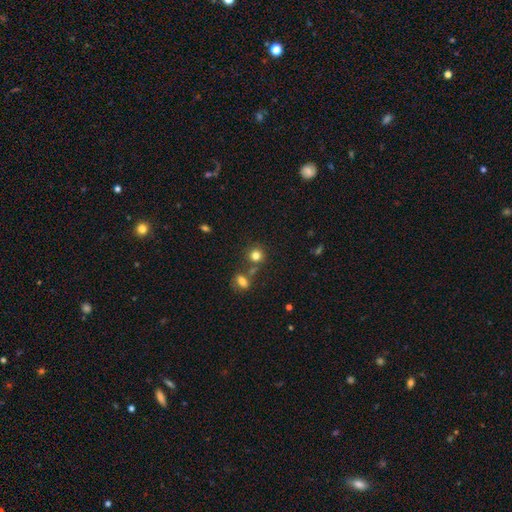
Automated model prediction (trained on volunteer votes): Q: Smooth or featured?
A: smooth (79%); runner-up: star or artifact (13%)
Q: How rounded?
A: round (87%); runner-up: in between (12%)
Q: Merging?
A: none (69%); runner-up: merger (17%)